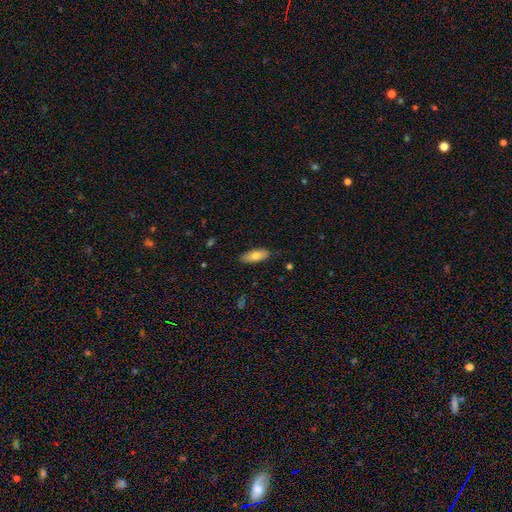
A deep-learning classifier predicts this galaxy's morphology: type=smooth (74%); roundness=in between (75%); merging=none (84%).